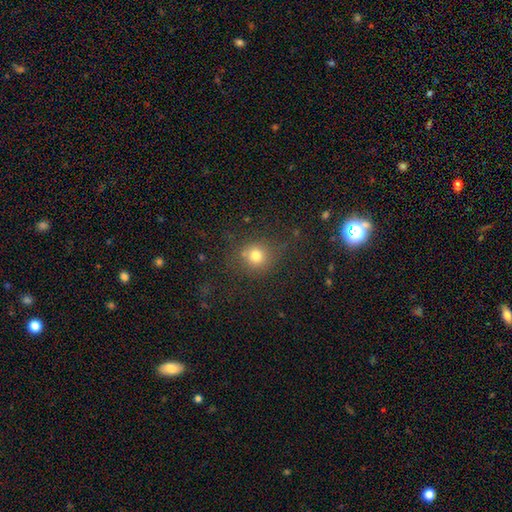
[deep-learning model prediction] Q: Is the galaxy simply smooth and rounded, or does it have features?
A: smooth — 76%.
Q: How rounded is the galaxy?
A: round — 88%.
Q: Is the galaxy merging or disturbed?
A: none — 77%.